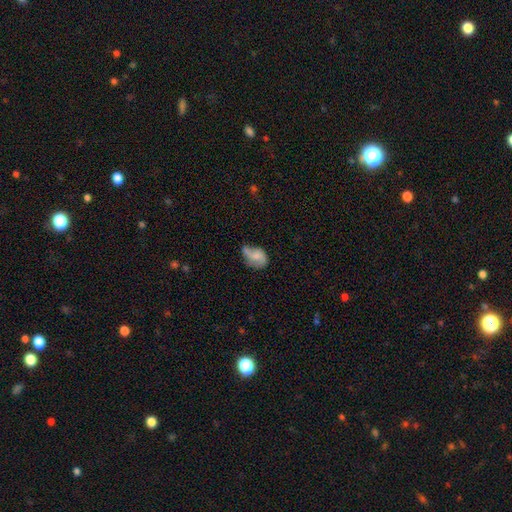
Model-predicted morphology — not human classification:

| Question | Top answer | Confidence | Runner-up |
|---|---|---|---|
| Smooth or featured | smooth | 46% | tied: featured or disk (46%) |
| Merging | none | 38% | minor disturbance (35%) |